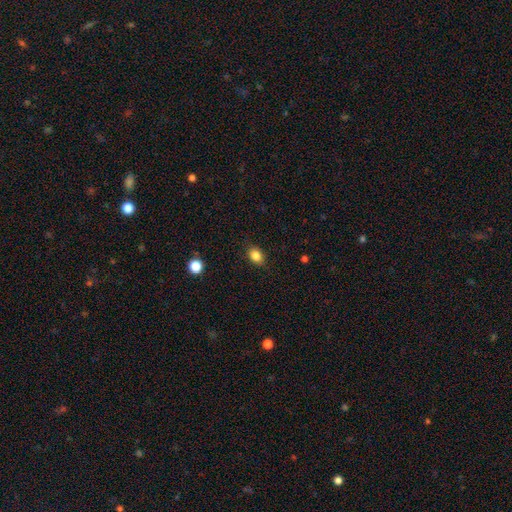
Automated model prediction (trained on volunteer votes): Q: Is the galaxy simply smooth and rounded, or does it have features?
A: smooth — 84%.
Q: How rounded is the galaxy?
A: in between — 71%.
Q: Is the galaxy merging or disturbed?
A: none — 86%.